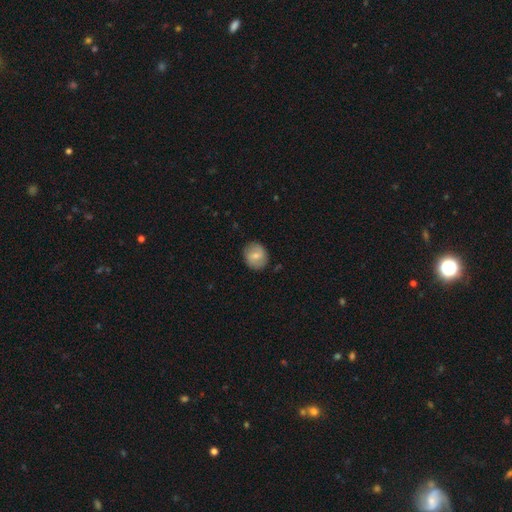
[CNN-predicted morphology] The model was most divided on "smooth or featured": smooth: 67%, featured or disk: 25%, star or artifact: 7%. More confident: merging — none (85%); how rounded — round (74%).